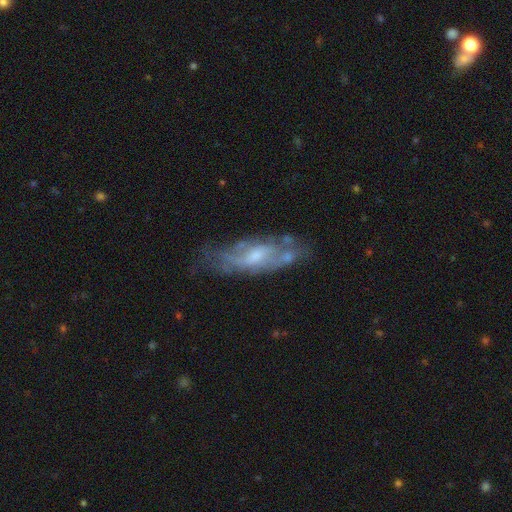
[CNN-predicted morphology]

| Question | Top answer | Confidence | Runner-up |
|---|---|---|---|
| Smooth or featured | featured or disk | 68% | smooth (25%) |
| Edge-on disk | no | 78% | yes (22%) |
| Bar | no | 50% | weak (41%) |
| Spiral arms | yes | 62% | no (38%) |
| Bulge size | small | 46% | moderate (42%) |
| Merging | none | 56% | minor disturbance (24%) |